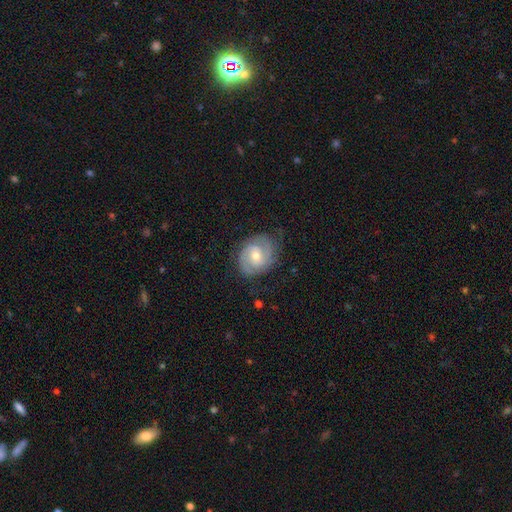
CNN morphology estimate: type=featured or disk (80%); edge-on=no (97%); bar=no (50%); spiral arms=yes (93%); winding=tight (57%); arm count=2 (57%); bulge=moderate (62%); merging=none (73%).